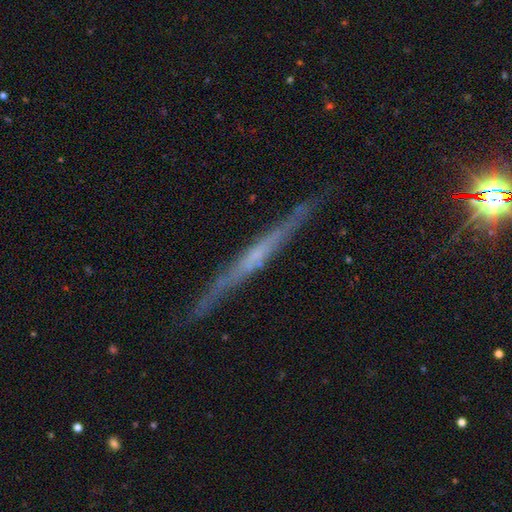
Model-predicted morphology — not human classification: Smooth or featured: featured or disk — 69% (smooth — 24%)
Edge-on disk: yes — 96% (no — 4%)
Edge-on bulge: none — 66% (rounded — 22%)
Merging: none — 86% (minor disturbance — 10%)